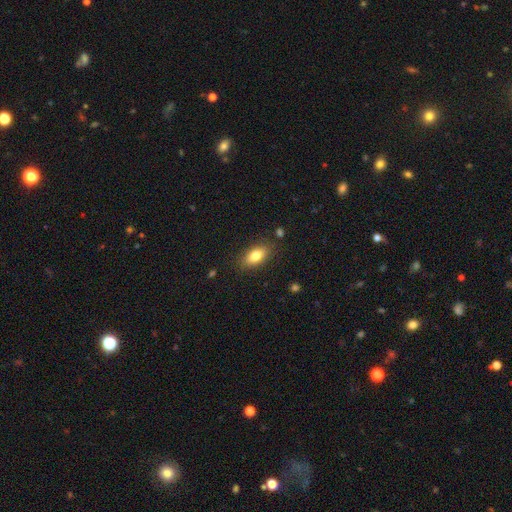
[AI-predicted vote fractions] The model was most divided on "smooth or featured": smooth: 78%, featured or disk: 15%, star or artifact: 8%. More confident: merging — none (84%); how rounded — in between (84%).